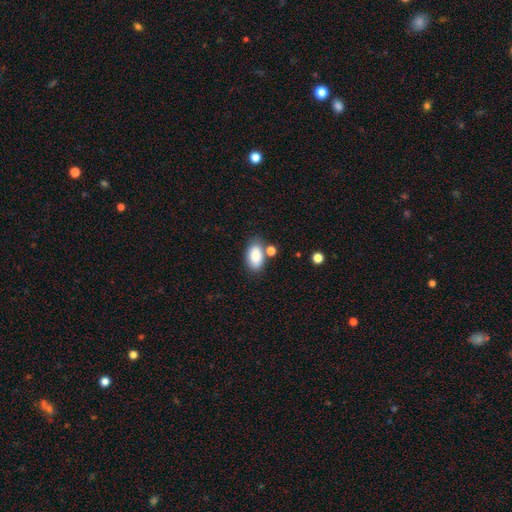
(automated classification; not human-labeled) Q: Smooth or featured?
A: smooth (86%); runner-up: star or artifact (7%)
Q: How rounded?
A: in between (92%); runner-up: round (5%)
Q: Merging?
A: none (69%); runner-up: merger (14%)